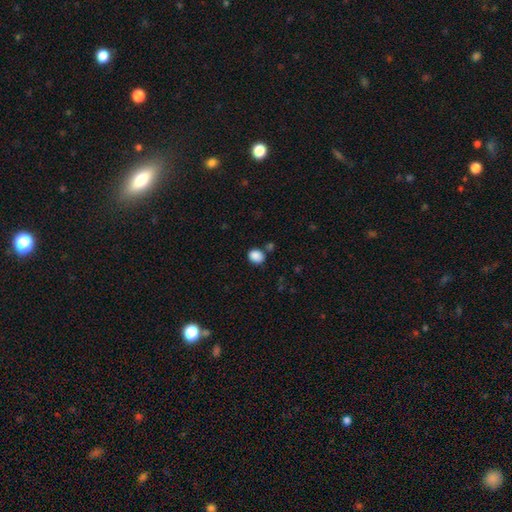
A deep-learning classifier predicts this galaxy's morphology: This is clearly a smooth galaxy (88%). How rounded: possibly round (54%). Merging: likely none (76%).